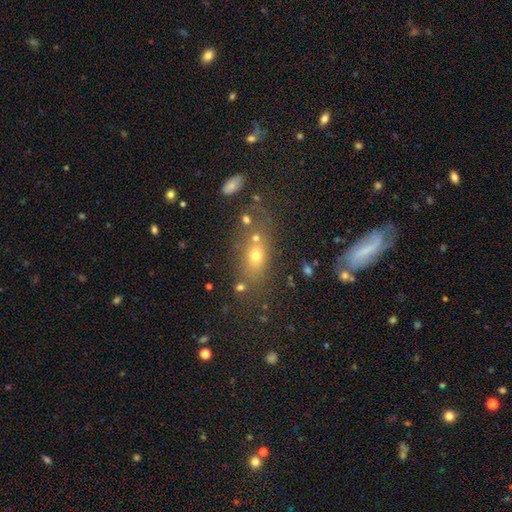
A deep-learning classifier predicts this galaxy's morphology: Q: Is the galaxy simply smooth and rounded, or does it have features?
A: smooth — 63%.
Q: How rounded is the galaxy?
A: in between — 62%.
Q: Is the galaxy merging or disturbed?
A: none — 58%.